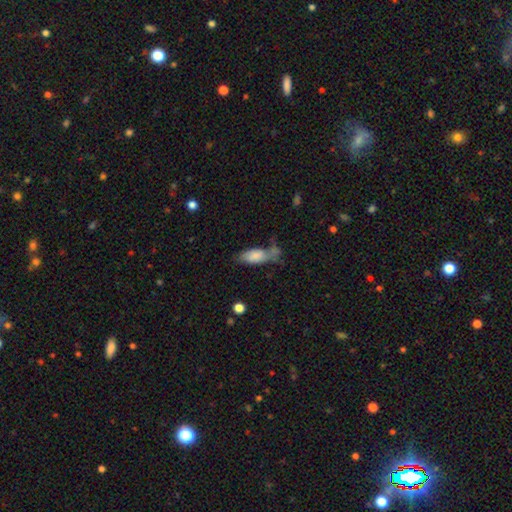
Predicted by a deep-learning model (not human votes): A smooth galaxy with no disk features (72%) that is in between round and cigar-shaped (81%). Merging: none (36%).